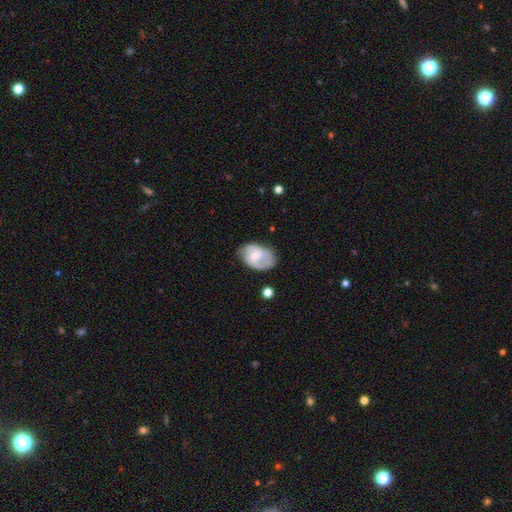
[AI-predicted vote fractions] Q: Smooth or featured?
A: featured or disk (56%); runner-up: smooth (38%)
Q: Edge-on disk?
A: no (96%); runner-up: yes (4%)
Q: Bar?
A: no (49%); runner-up: weak (42%)
Q: Spiral arms?
A: yes (83%); runner-up: no (17%)
Q: Bulge size?
A: small (48%); runner-up: moderate (39%)
Q: Merging?
A: none (67%); runner-up: minor disturbance (24%)